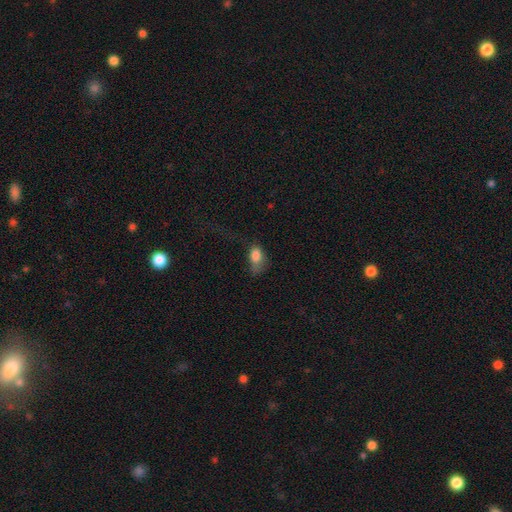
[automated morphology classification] smooth_or_featured: smooth (p=0.80) [alt: featured or disk p=0.11]
how_rounded: in between (p=0.84) [alt: round p=0.12]
merging: major disturbance (p=0.42) [alt: minor disturbance p=0.29]